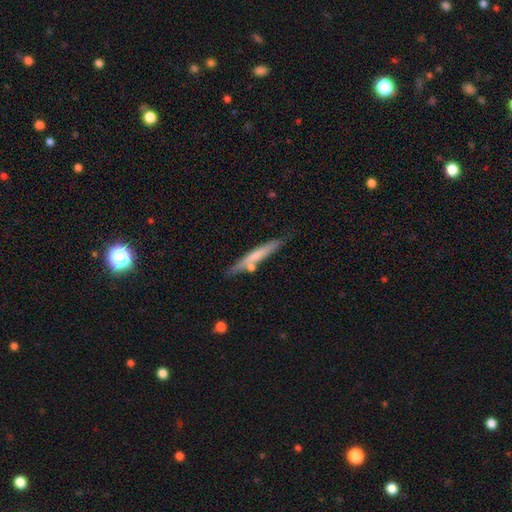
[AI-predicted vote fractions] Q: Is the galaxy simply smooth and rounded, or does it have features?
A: smooth — 57%.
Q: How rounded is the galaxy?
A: cigar-shaped — 94%.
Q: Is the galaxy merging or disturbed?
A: none — 75%.